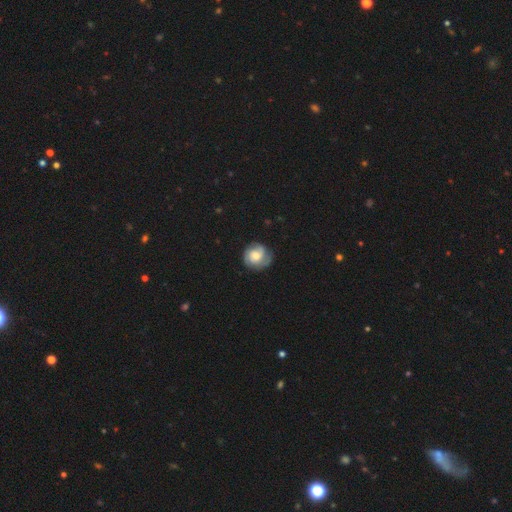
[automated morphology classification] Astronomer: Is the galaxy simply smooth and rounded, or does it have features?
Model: featured or disk — 56% (runner-up: smooth, 37%).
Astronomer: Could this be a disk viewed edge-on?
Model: no — 98%.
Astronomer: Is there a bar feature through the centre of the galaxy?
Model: no — 69%.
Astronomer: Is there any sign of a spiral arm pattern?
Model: yes — 90%.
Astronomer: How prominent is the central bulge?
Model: moderate — 51%.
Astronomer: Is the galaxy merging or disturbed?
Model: none — 71%.